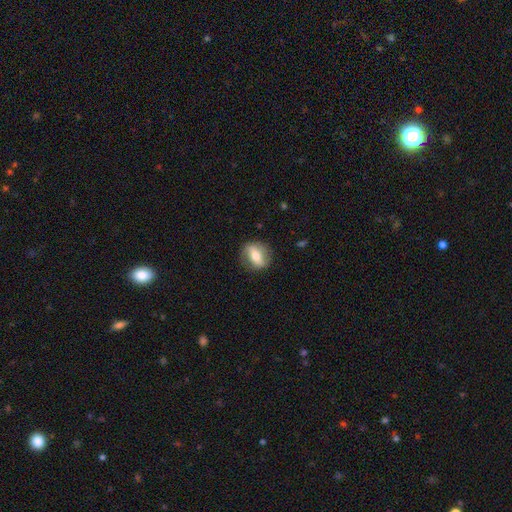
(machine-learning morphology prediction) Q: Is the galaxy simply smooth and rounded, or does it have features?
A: featured or disk — 51%.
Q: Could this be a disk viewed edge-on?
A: no — 81%.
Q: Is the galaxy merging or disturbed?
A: none — 83%.